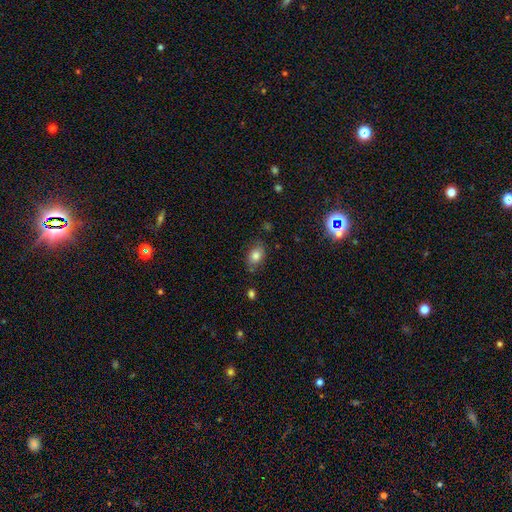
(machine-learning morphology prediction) Smooth or featured?
  - smooth: 80% *
  - featured or disk: 10%
  - star or artifact: 10%
How rounded?
  - in between: 77% *
  - round: 22%
  - cigar-shaped: 1%
Merging?
  - none: 73% *
  - minor disturbance: 19%
  - major disturbance: 4%
  - merger: 3%